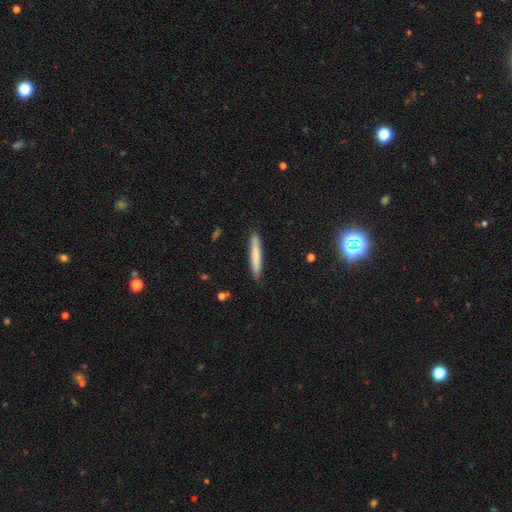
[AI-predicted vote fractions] smooth-or-featured: smooth: 73% | featured or disk: 20% | star or artifact: 6%
  how-rounded: cigar-shaped: 95% | in between: 4% | round: 1%
  merging: none: 89% | minor disturbance: 9% | major disturbance: 2% | merger: 1%